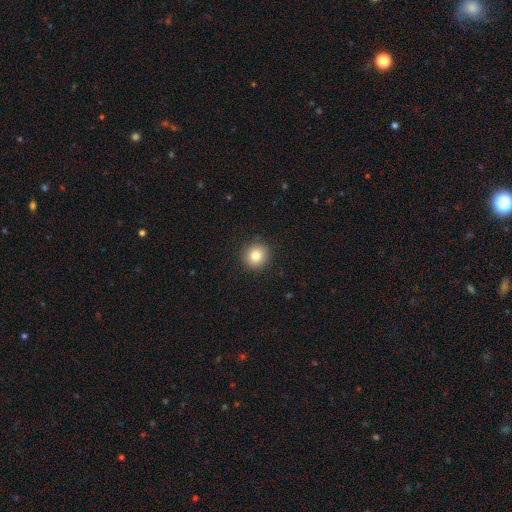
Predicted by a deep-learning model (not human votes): Morphology: type=smooth (81%); roundness=round (92%); merging=none (91%).